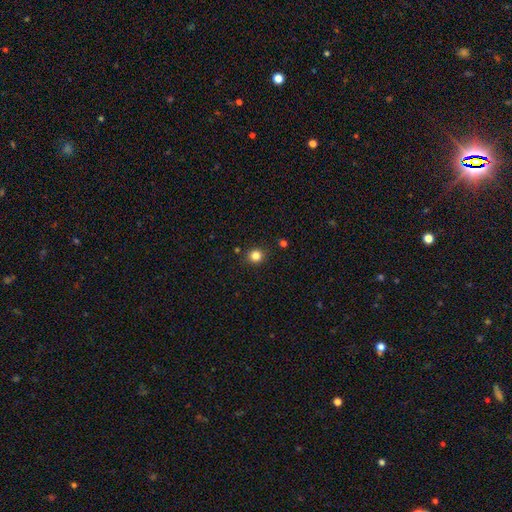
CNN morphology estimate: This appears to be a smooth galaxy with no disk features (83%) that is round (87%). Merging: none (89%).